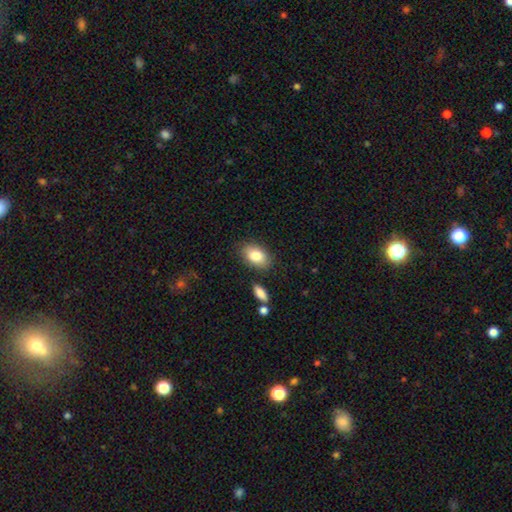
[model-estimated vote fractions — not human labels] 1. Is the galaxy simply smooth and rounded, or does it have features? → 82% smooth, 11% featured or disk, 7% star or artifact.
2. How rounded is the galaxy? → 88% in between, 10% round, 2% cigar-shaped.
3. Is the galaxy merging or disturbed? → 81% none, 12% minor disturbance, 3% merger, 3% major disturbance.